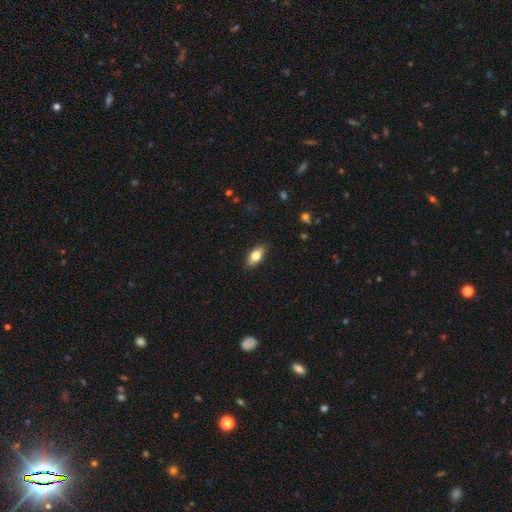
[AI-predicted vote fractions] Morphology: type=smooth (76%); roundness=in between (87%); merging=none (88%).